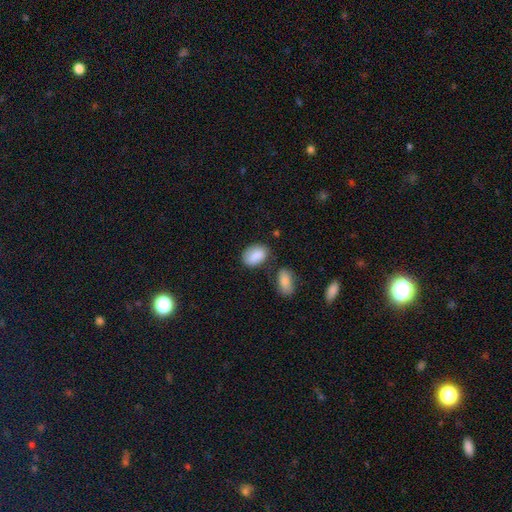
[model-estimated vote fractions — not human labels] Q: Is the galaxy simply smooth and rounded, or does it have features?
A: smooth — 87%.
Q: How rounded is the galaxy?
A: in between — 87%.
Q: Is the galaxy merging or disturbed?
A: none — 64%.